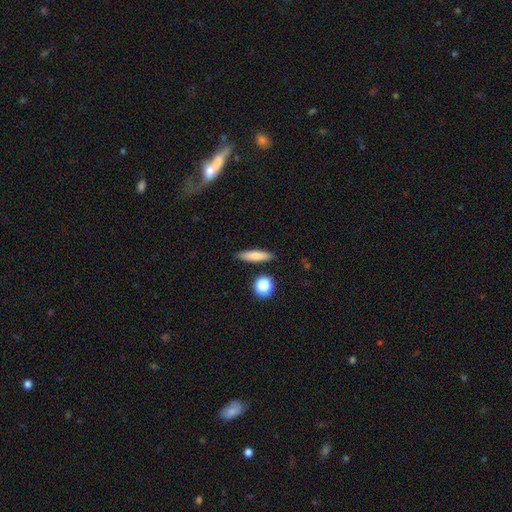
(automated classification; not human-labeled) This is likely a smooth galaxy (75%). How rounded: likely cigar-shaped (75%). Merging: clearly none (87%).